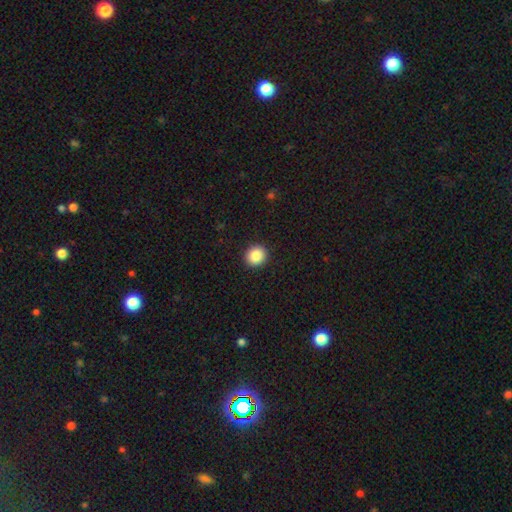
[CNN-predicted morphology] smooth-or-featured: smooth: 87% | star or artifact: 9% | featured or disk: 5%
  how-rounded: round: 86% | in between: 13% | cigar-shaped: 1%
  merging: none: 92% | minor disturbance: 5% | major disturbance: 2% | merger: 1%